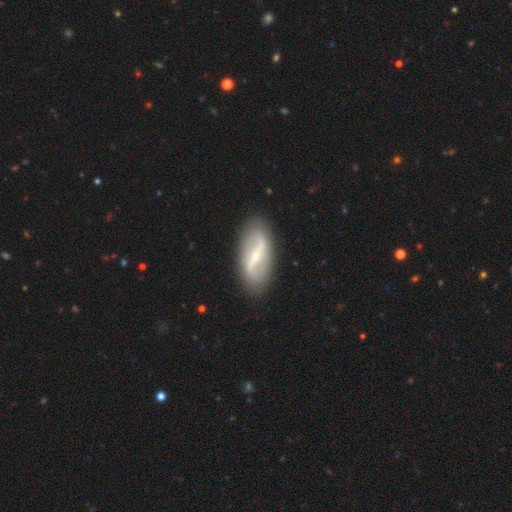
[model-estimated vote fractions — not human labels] smooth_or_featured: featured or disk (p=0.75) [alt: smooth p=0.19]
disk_edge_on: no (p=0.93) [alt: yes p=0.07]
bar: strong (p=0.57) [alt: weak p=0.33]
has_spiral_arms: yes (p=0.74) [alt: no p=0.26]
spiral_winding: loose (p=0.66) [alt: medium p=0.23]
spiral_arm_count: 2 (p=0.87) [alt: can't tell p=0.07]
bulge_size: small (p=0.60) [alt: moderate p=0.27]
merging: none (p=0.86) [alt: minor disturbance p=0.10]